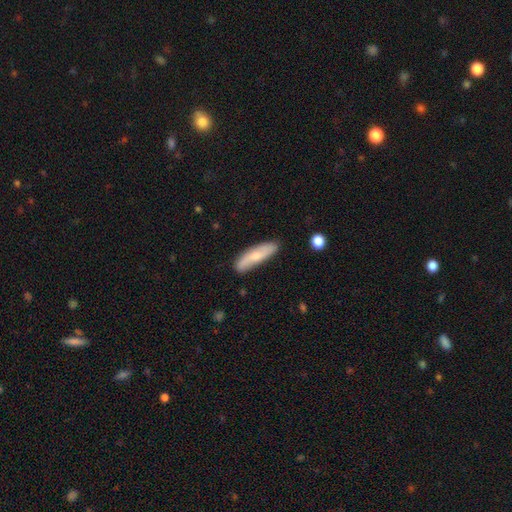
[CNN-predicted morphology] The model was most divided on "smooth or featured": smooth: 61%, featured or disk: 34%, star or artifact: 6%. More confident: merging — none (79%); how rounded — cigar-shaped (64%).